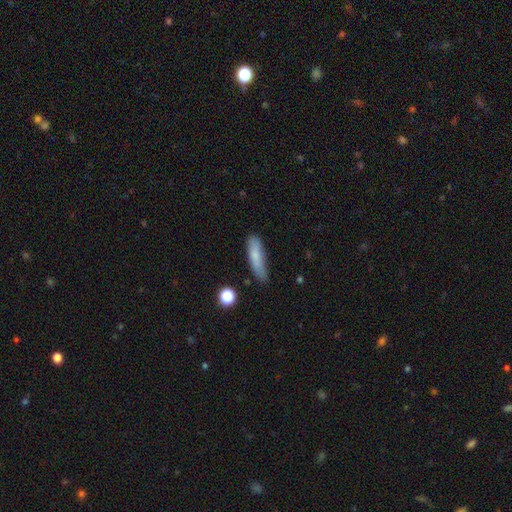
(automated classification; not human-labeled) A smooth galaxy with no disk features (78%) that is cigar-shaped (70%).

Vote fractions:
- Smooth or featured? smooth: 78% / featured or disk: 15% / star or artifact: 8%
- How rounded? cigar-shaped: 70% / in between: 27% / round: 2%
- Merging? none: 69% / minor disturbance: 23% / major disturbance: 5% / merger: 3%